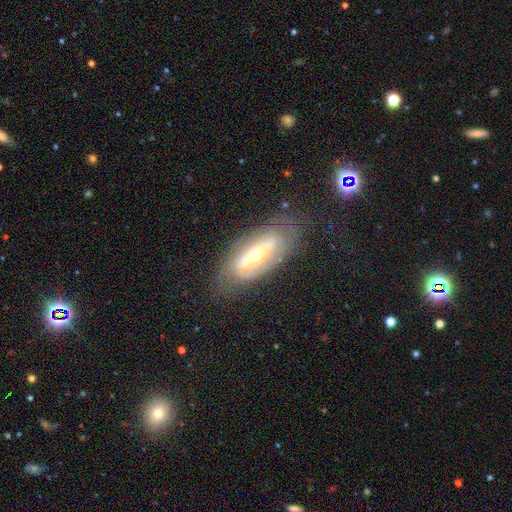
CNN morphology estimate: Smooth or featured: featured or disk — 72% (smooth — 21%)
Edge-on disk: no — 85% (yes — 15%)
Bar: strong — 41% (no — 30%)
Spiral arms: yes — 65% (no — 35%)
Bulge size: moderate — 58% (small — 35%)
Merging: none — 66% (minor disturbance — 20%)